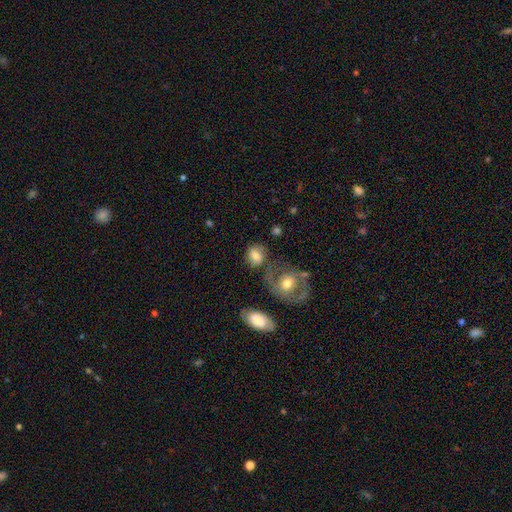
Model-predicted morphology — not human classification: Smooth or featured? Predicted: smooth (p=0.69). How rounded? Predicted: in between (p=0.50). Merging? Predicted: none (p=0.54).